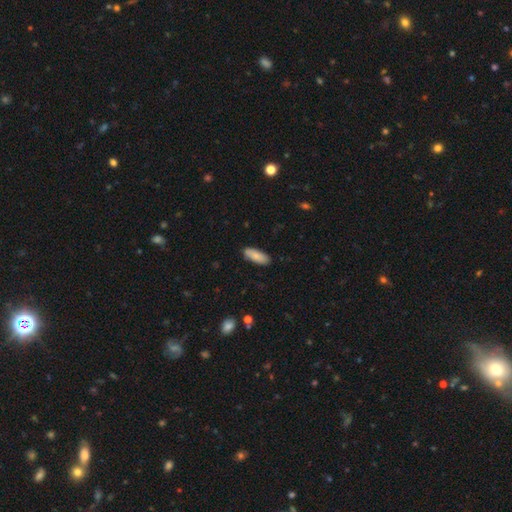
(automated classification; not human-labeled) Smooth or featured? smooth (85%)
How rounded? in between (72%)
Merging? none (86%)